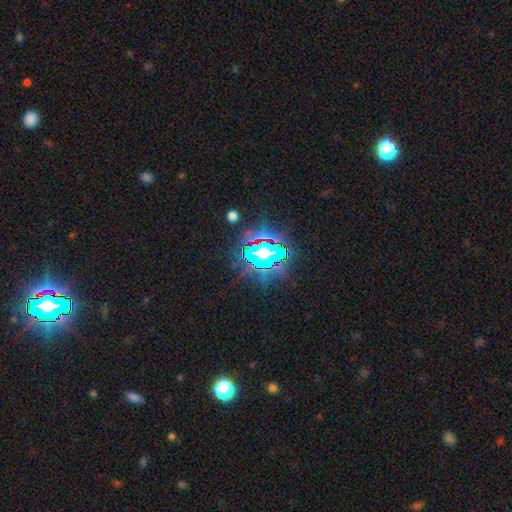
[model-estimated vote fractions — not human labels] Overall: star or artifact (81%).